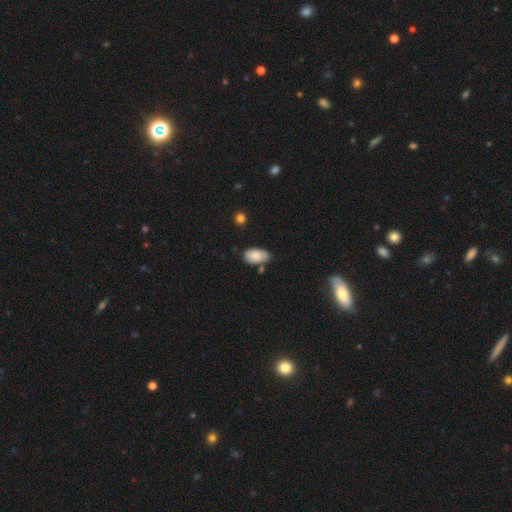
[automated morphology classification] smooth-or-featured: smooth: 86% | featured or disk: 7% | star or artifact: 7%
  how-rounded: in between: 95% | round: 3% | cigar-shaped: 2%
  merging: none: 67% | minor disturbance: 23% | merger: 7% | major disturbance: 4%